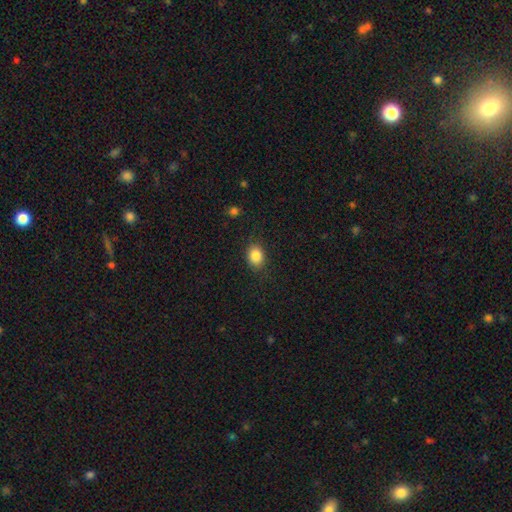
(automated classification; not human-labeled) Smooth or featured? Predicted: smooth (p=0.85). How rounded? Predicted: in between (p=0.54). Merging? Predicted: none (p=0.83).